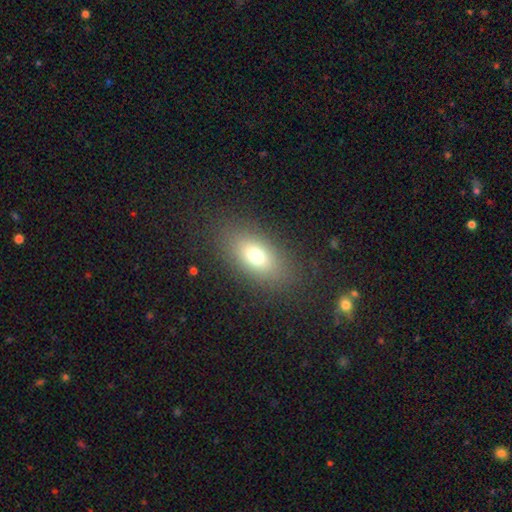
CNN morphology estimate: Smooth or featured? Predicted: smooth (p=0.70). How rounded? Predicted: in between (p=0.83). Merging? Predicted: none (p=0.82).